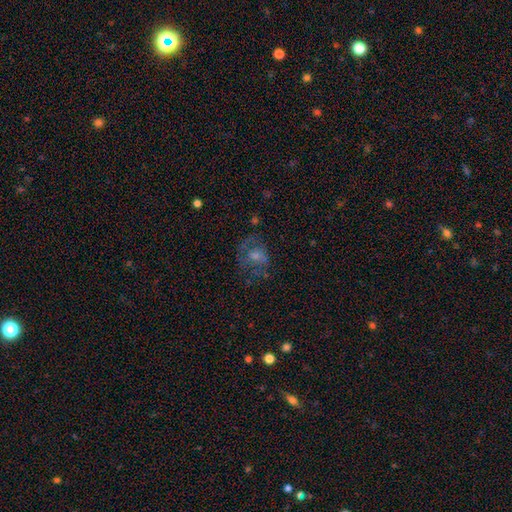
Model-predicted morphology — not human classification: smooth-or-featured: featured or disk: 48% | smooth: 32% | star or artifact: 20%
  merging: none: 56% | major disturbance: 21% | minor disturbance: 20% | merger: 2%